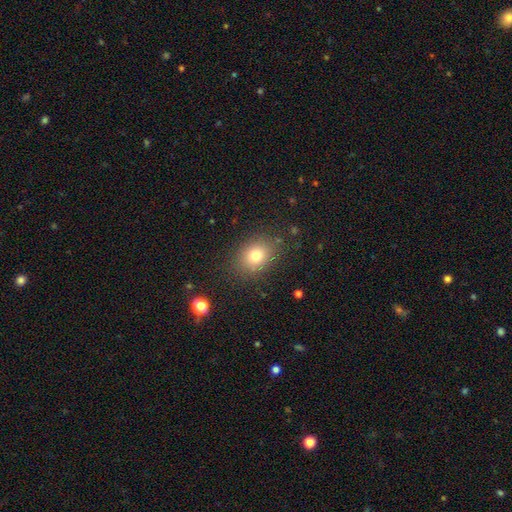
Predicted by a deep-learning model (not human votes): smooth-or-featured: smooth: 77% | star or artifact: 13% | featured or disk: 10%
  how-rounded: in between: 55% | round: 44% | cigar-shaped: 1%
  merging: none: 83% | minor disturbance: 11% | major disturbance: 4% | merger: 2%